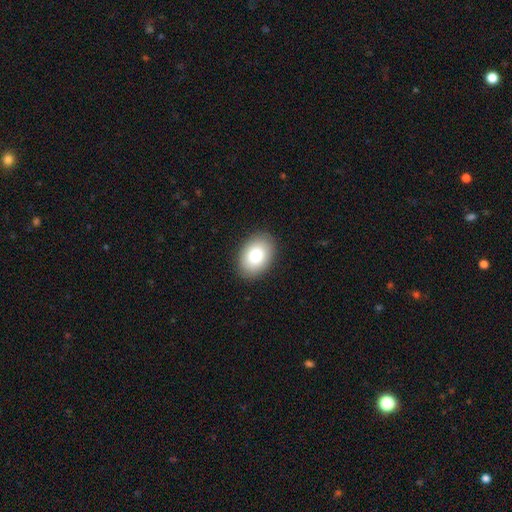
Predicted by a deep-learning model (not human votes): The model was most divided on "how rounded": in between: 79%, round: 20%, cigar-shaped: 1%. More confident: merging — none (88%); smooth or featured — smooth (79%).